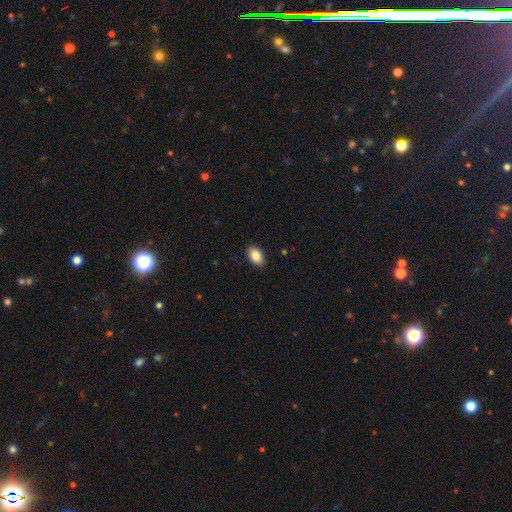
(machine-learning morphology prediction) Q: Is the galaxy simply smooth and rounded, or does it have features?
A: smooth — 86%.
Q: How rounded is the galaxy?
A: in between — 91%.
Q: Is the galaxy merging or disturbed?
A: none — 89%.